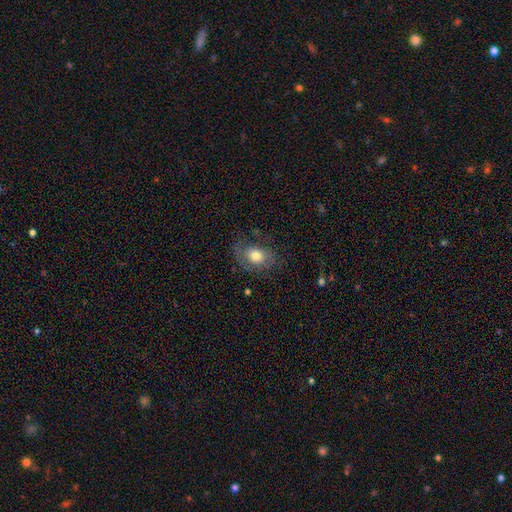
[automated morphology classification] Smooth or featured? smooth (64%)
How rounded? in between (67%)
Merging? none (62%)